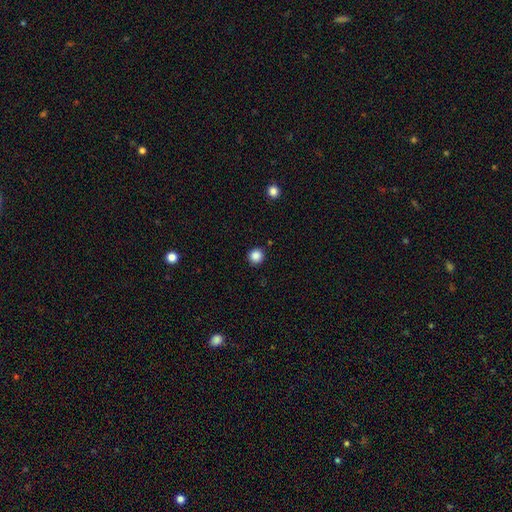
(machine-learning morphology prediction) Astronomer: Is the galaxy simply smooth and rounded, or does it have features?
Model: smooth — 86%.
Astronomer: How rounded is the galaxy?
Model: round — 94%.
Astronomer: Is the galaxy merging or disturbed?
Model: none — 91%.